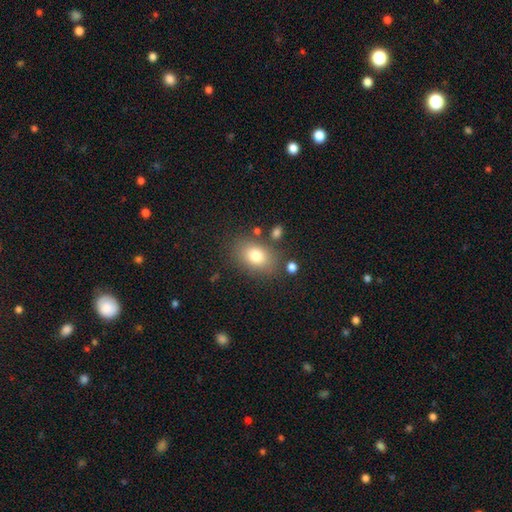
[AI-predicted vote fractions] Smooth or featured: smooth — 79% (featured or disk — 11%)
How rounded: in between — 76% (round — 23%)
Merging: none — 77% (minor disturbance — 13%)